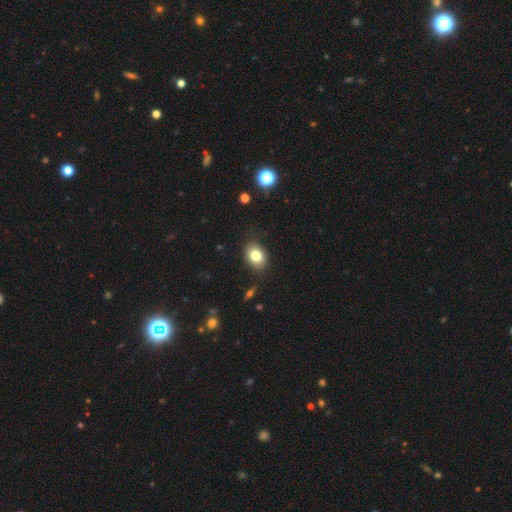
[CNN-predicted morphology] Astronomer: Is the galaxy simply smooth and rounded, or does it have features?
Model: smooth — 80%.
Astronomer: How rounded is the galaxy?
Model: in between — 66%.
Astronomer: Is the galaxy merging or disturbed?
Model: none — 84%.